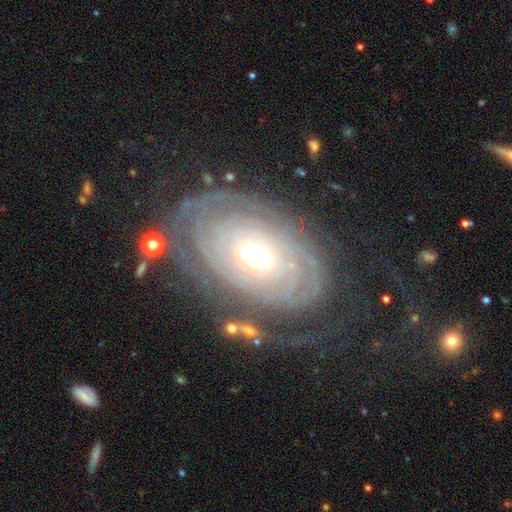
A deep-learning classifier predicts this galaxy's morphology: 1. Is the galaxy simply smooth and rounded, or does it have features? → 84% featured or disk, 9% smooth, 6% star or artifact.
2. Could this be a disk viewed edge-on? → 95% no, 5% yes.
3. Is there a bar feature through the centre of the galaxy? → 71% no, 19% weak, 9% strong.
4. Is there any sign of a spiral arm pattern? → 92% yes, 8% no.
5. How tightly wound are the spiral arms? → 84% tight, 12% medium, 4% loose.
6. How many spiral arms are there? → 42% can't tell, 16% 2, 13% 3, 12% more than 4, 11% 4, 6% 1.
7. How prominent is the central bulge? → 64% moderate, 23% small, 11% large, 2% dominant, 1% none.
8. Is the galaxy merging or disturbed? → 71% none, 16% minor disturbance, 11% major disturbance, 3% merger.